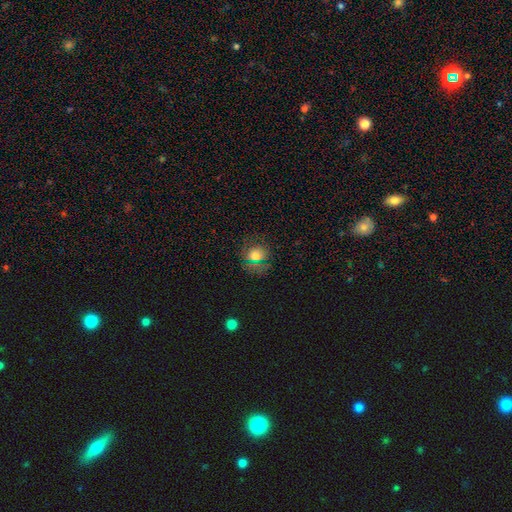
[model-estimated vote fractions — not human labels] Smooth or featured?
  - smooth: 66% *
  - star or artifact: 22%
  - featured or disk: 12%
How rounded?
  - round: 81% *
  - in between: 18%
  - cigar-shaped: 2%
Merging?
  - none: 79% *
  - minor disturbance: 14%
  - major disturbance: 6%
  - merger: 2%